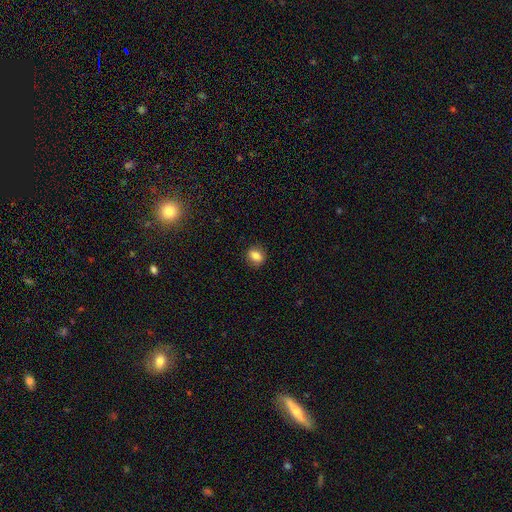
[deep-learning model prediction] This appears to be a smooth galaxy with no disk features (81%) that is in between round and cigar-shaped (52%). Merging: none (87%).